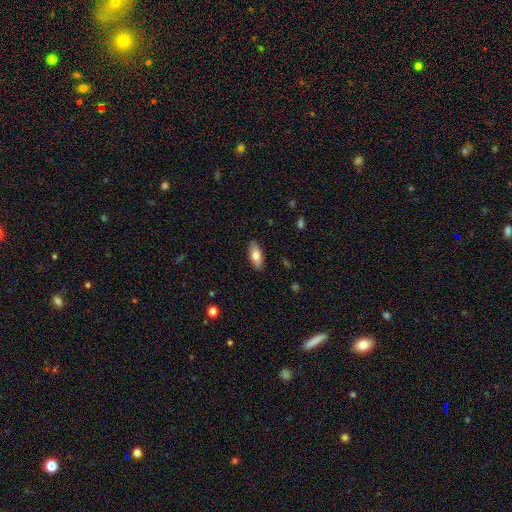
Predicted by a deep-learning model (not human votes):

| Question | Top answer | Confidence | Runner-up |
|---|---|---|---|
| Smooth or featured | smooth | 74% | featured or disk (19%) |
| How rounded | in between | 82% | cigar-shaped (15%) |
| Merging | none | 88% | minor disturbance (9%) |